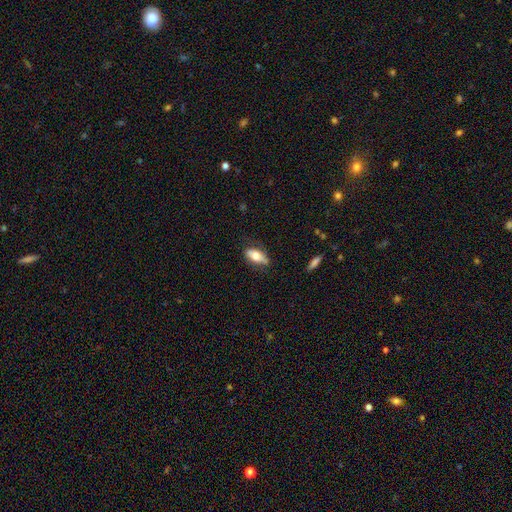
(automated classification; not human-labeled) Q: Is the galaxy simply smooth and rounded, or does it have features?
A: smooth — 67%.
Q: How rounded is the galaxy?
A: in between — 82%.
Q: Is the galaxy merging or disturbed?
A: none — 65%.